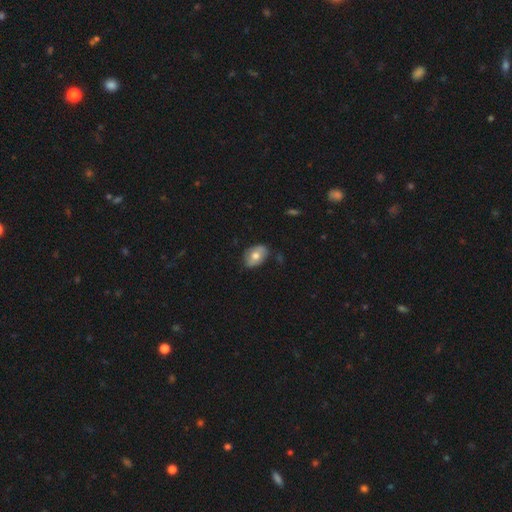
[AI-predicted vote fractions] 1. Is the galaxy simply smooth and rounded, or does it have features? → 68% smooth, 24% featured or disk, 7% star or artifact.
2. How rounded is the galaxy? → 84% in between, 14% round, 1% cigar-shaped.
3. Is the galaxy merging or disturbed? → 71% none, 24% minor disturbance, 4% major disturbance, 2% merger.